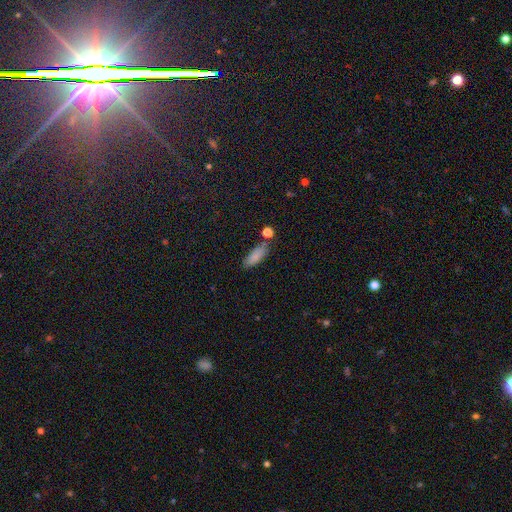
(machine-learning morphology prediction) Smooth or featured? smooth (84%)
How rounded? in between (66%)
Merging? none (72%)